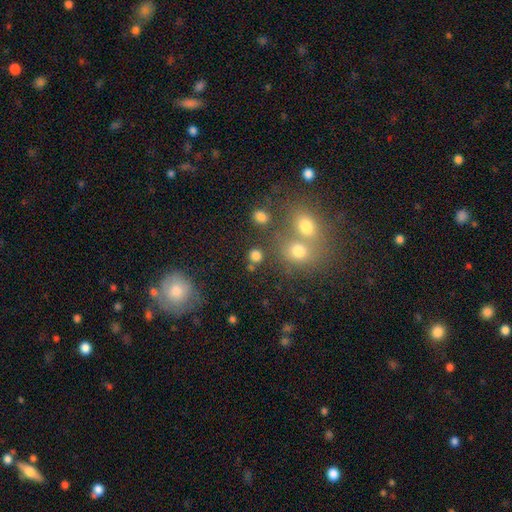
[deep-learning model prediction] smooth 76%, star or artifact 16%, featured or disk 7%. Down the decision tree: how rounded — round (85%); merging — none (70%).